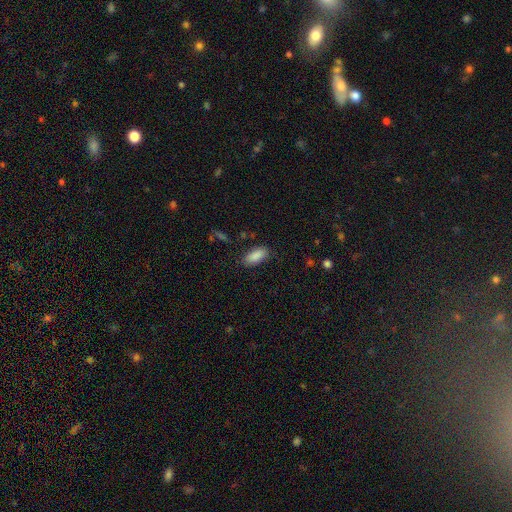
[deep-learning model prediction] This is clearly a smooth galaxy (89%). How rounded: clearly in between (87%). Merging: clearly none (84%).